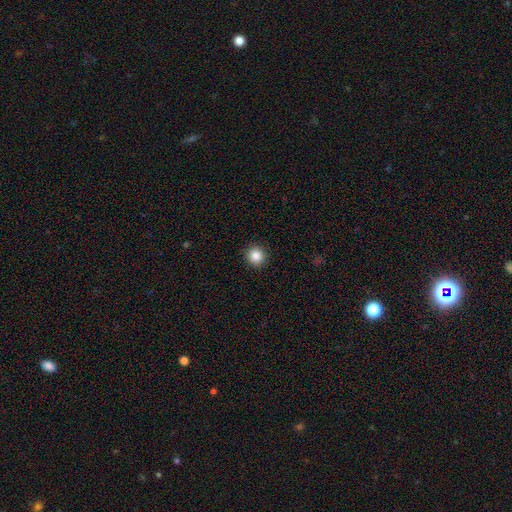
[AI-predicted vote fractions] Overall: smooth (85%). How rounded: round (94%). Merging: none (92%).